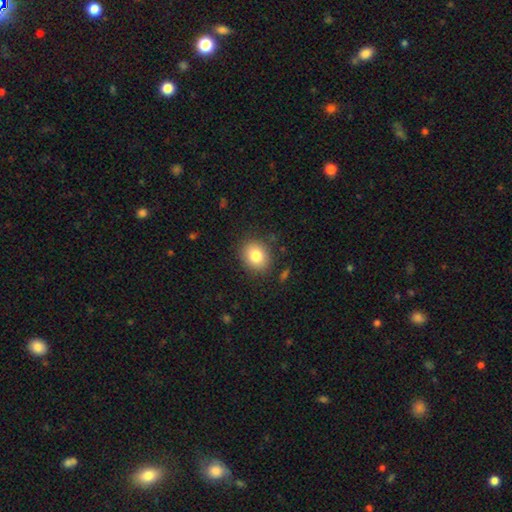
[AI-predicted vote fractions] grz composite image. It shows a smooth galaxy with no disk features (82%) that is round (63%). Merging: none (85%).